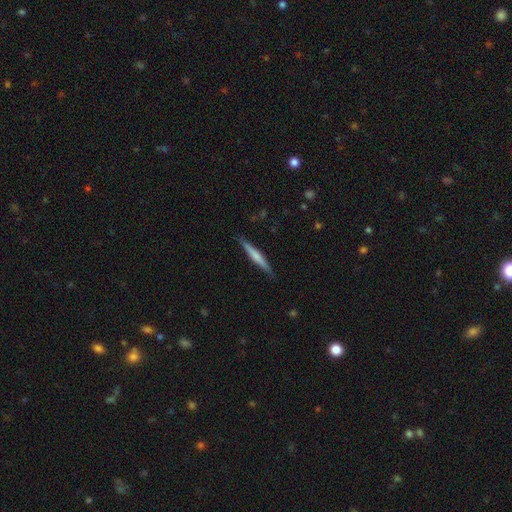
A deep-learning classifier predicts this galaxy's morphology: The model was most divided on "smooth or featured": smooth: 53%, featured or disk: 42%, star or artifact: 5%. More confident: how rounded — cigar-shaped (95%); merging — none (88%).